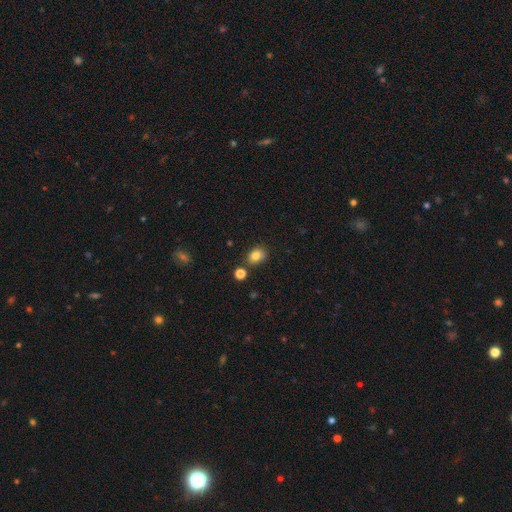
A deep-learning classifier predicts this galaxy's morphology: Smooth or featured: smooth — 81% (star or artifact — 12%)
How rounded: in between — 52% (round — 47%)
Merging: none — 76% (minor disturbance — 14%)